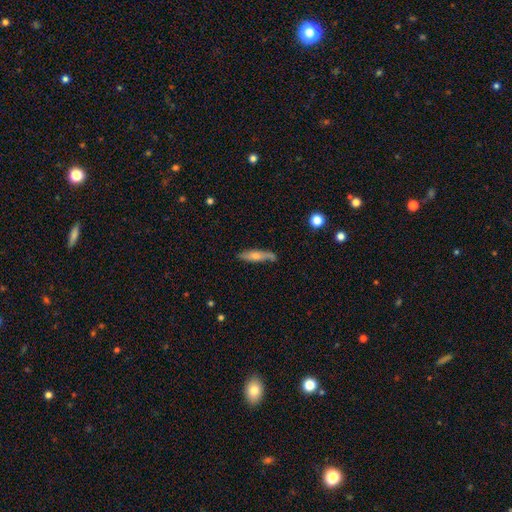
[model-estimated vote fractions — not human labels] Morphology: type=featured or disk (47%); merging=none (74%).